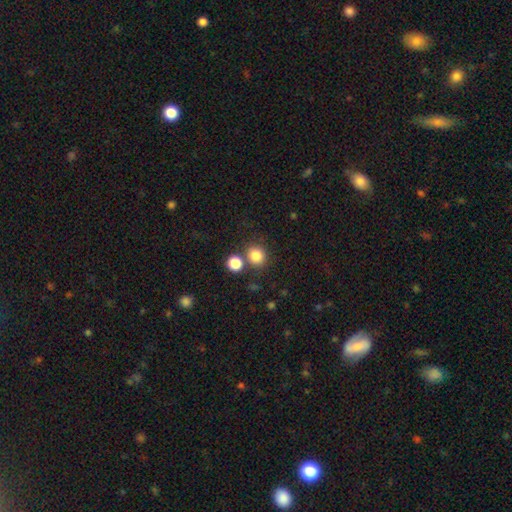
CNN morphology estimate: Overall: smooth (83%). How rounded: round (85%). Merging: none (73%).